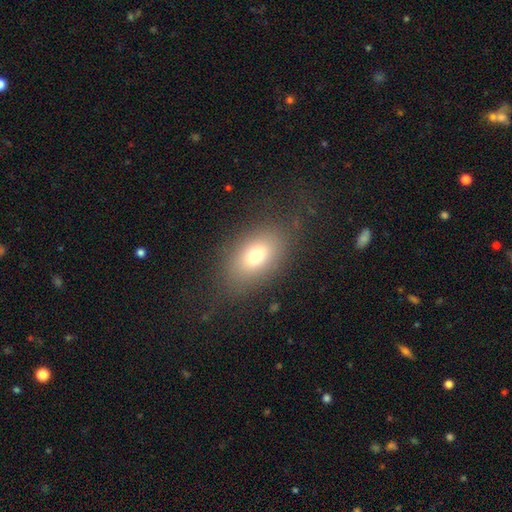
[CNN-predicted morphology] Q: Smooth or featured?
A: smooth (72%); runner-up: featured or disk (16%)
Q: How rounded?
A: in between (83%); runner-up: round (15%)
Q: Merging?
A: none (76%); runner-up: minor disturbance (13%)